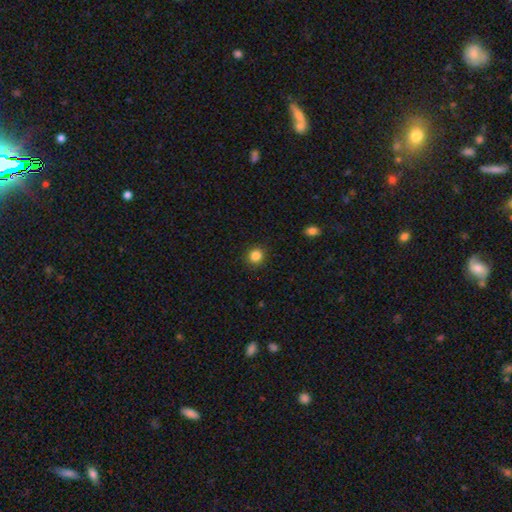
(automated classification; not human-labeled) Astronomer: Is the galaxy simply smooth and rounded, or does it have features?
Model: smooth — 84%.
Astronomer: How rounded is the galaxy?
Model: round — 90%.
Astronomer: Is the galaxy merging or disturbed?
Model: none — 91%.